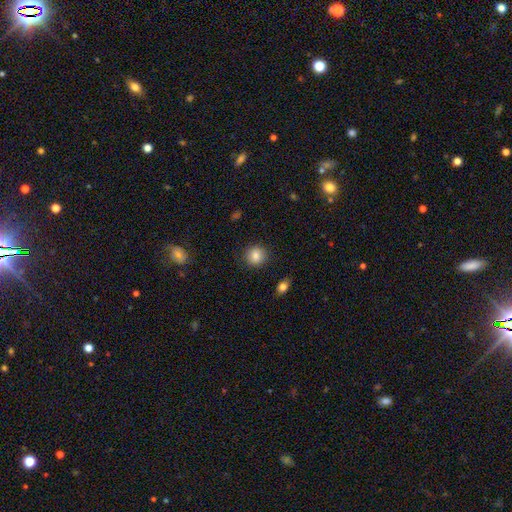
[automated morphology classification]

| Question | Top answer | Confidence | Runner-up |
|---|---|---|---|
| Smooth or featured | smooth | 86% | star or artifact (9%) |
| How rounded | round | 85% | in between (14%) |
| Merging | none | 88% | minor disturbance (8%) |